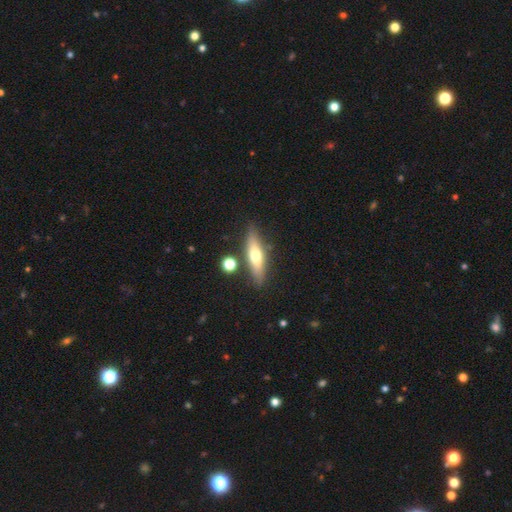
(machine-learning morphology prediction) Smooth or featured: smooth — 55% (featured or disk — 38%)
How rounded: cigar-shaped — 63% (in between — 34%)
Merging: none — 79% (minor disturbance — 12%)